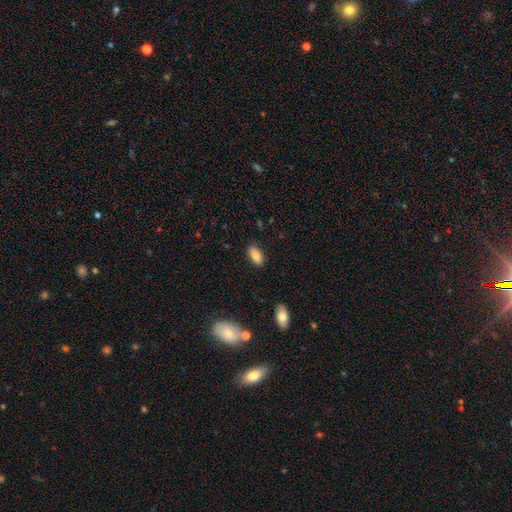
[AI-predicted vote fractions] A smooth galaxy with no disk features (81%) that is in between round and cigar-shaped (87%).

Vote fractions:
- Smooth or featured? smooth: 81% / featured or disk: 11% / star or artifact: 8%
- How rounded? in between: 87% / cigar-shaped: 10% / round: 3%
- Merging? none: 87% / minor disturbance: 10% / major disturbance: 2% / merger: 1%